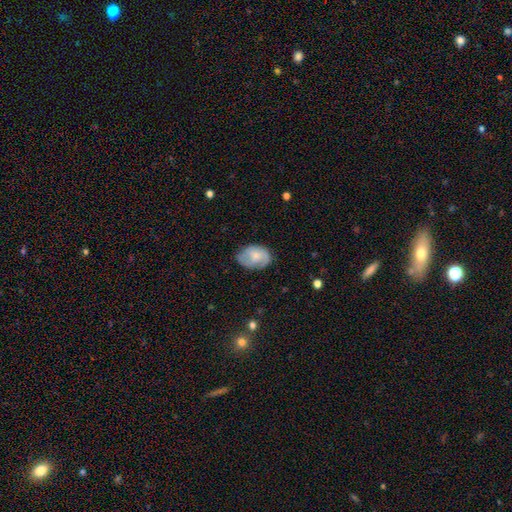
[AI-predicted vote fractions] Overall: smooth (55%; featured or disk 38%). How rounded: in between (79%). Merging: none (61%; minor disturbance 29%).